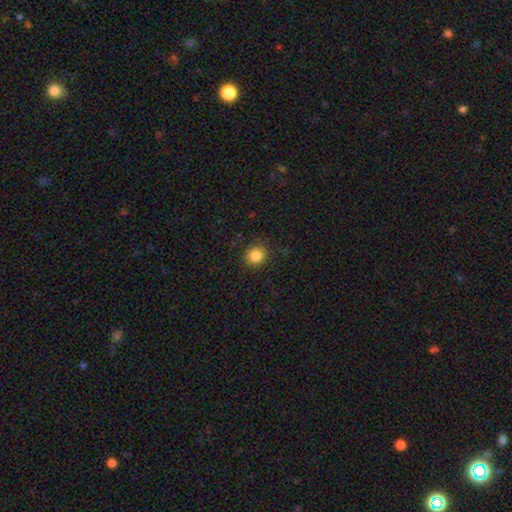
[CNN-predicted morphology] This is clearly a smooth galaxy (85%). How rounded: clearly round (85%). Merging: clearly none (86%).